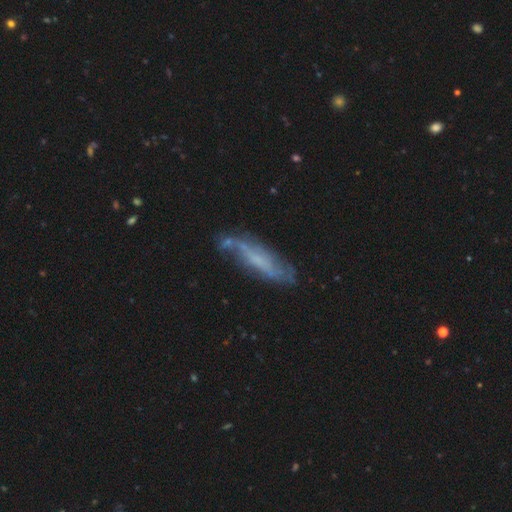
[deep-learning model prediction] The model was most divided on "edge-on disk": no: 53%, yes: 47%. More confident: merging — none (69%); smooth or featured — featured or disk (57%).